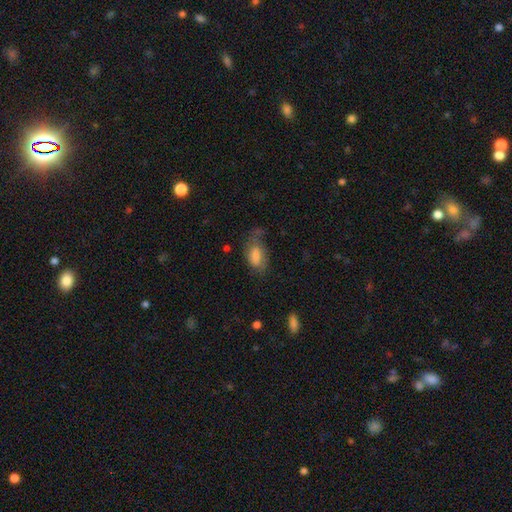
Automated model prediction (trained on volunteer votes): Smooth or featured? Predicted: smooth (p=0.74). How rounded? Predicted: in between (p=0.90). Merging? Predicted: none (p=0.44).